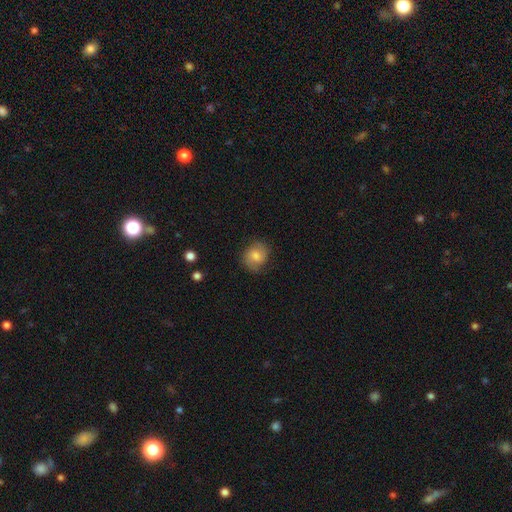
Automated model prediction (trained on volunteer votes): Smooth or featured? Predicted: smooth (p=0.61). How rounded? Predicted: round (p=0.66). Merging? Predicted: none (p=0.78).